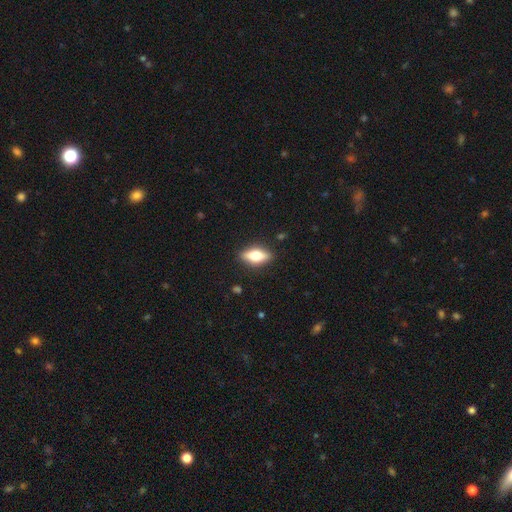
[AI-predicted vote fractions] smooth-or-featured: smooth: 55% | featured or disk: 38% | star or artifact: 7%
  how-rounded: in between: 74% | cigar-shaped: 21% | round: 5%
  merging: none: 88% | minor disturbance: 9% | major disturbance: 2% | merger: 1%